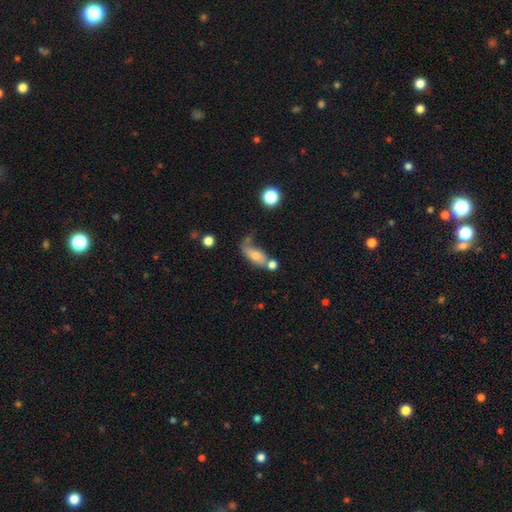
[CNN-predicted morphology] smooth 65%, featured or disk 26%, star or artifact 10%. Down the decision tree: how rounded — in between (75%); merging — none (36%).